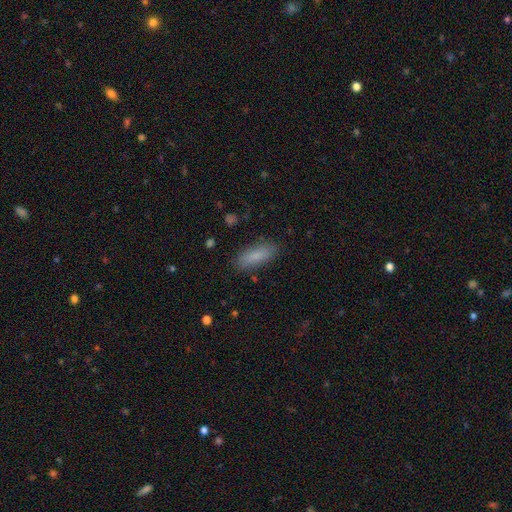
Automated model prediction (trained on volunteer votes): The model was most divided on "how rounded": in between: 64%, cigar-shaped: 34%, round: 2%. More confident: merging — none (85%); smooth or featured — smooth (84%).